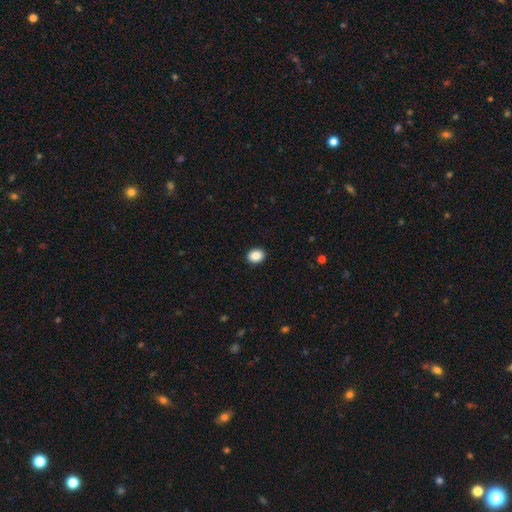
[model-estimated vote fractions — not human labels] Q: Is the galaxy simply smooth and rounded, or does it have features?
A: smooth — 88%.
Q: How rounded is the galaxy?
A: in between — 53%.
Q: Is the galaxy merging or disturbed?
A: none — 92%.